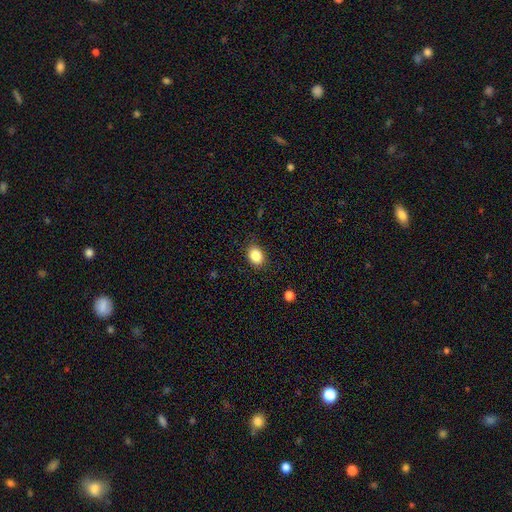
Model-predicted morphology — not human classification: A smooth galaxy with no disk features (87%) that is in between round and cigar-shaped (60%). Merging: none (83%).